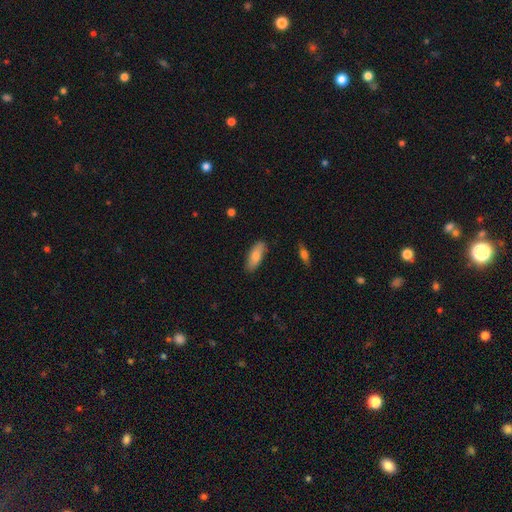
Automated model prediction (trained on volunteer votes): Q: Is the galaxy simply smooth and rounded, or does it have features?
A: smooth — 78%.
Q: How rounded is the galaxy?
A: in between — 72%.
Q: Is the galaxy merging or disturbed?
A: none — 84%.